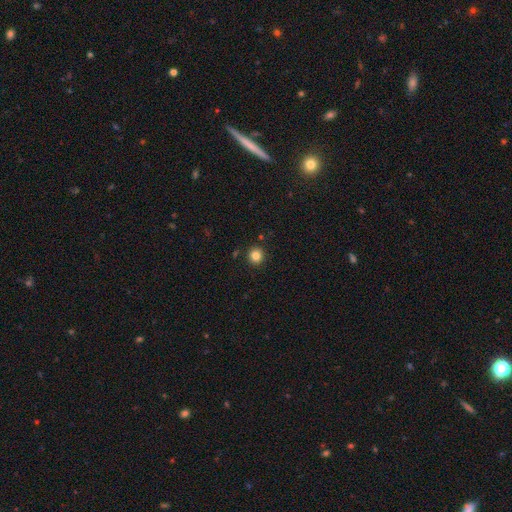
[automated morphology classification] smooth 83%, star or artifact 12%, featured or disk 5%. Down the decision tree: how rounded — round (94%); merging — none (91%).